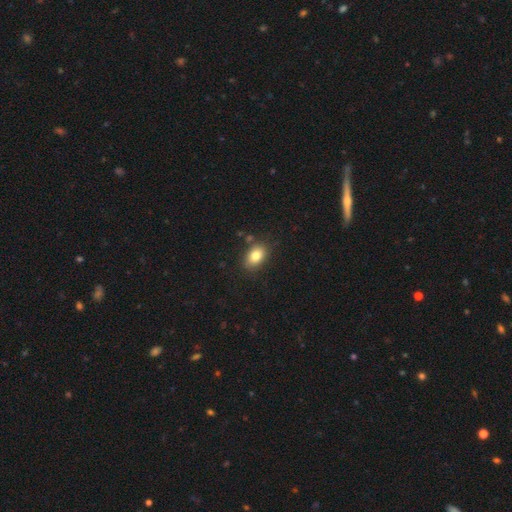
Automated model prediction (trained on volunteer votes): Smooth or featured: smooth — 82% (featured or disk — 9%)
How rounded: in between — 80% (round — 18%)
Merging: none — 80% (minor disturbance — 13%)